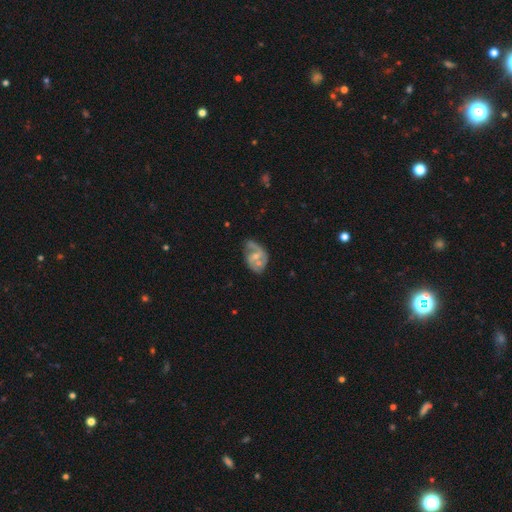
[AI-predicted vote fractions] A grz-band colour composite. It shows a featured or disk galaxy (72%) with no bar (50%), 2 (63%) medium (43%) spiral arms (81%) and a small central bulge (50%). Merging: none (40%).